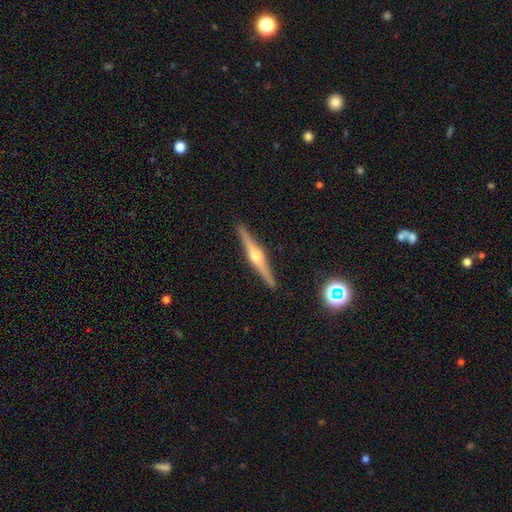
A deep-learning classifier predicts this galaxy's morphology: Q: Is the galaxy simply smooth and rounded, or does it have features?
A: featured or disk — 83%.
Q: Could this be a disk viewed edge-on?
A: yes — 98%.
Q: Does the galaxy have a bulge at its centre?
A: rounded — 94%.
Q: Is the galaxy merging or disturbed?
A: none — 92%.